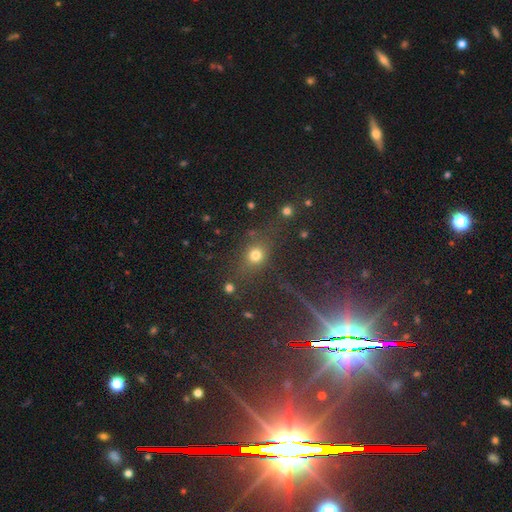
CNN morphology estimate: smooth_or_featured: smooth (p=0.54) [alt: star or artifact p=0.34]
how_rounded: round (p=0.63) [alt: in between p=0.33]
merging: none (p=0.78) [alt: minor disturbance p=0.12]